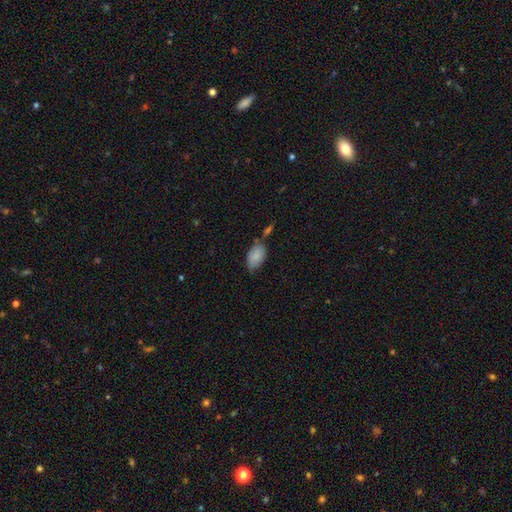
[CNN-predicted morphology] smooth_or_featured: smooth (p=0.86) [alt: featured or disk p=0.08]
how_rounded: in between (p=0.92) [alt: round p=0.06]
merging: none (p=0.58) [alt: minor disturbance p=0.24]